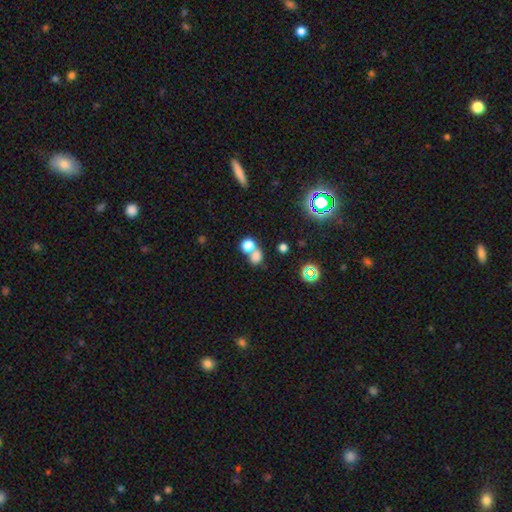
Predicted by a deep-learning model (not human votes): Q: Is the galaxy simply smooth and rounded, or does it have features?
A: smooth — 73%.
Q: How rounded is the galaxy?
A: round — 67%.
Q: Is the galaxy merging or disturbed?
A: merger — 49%.